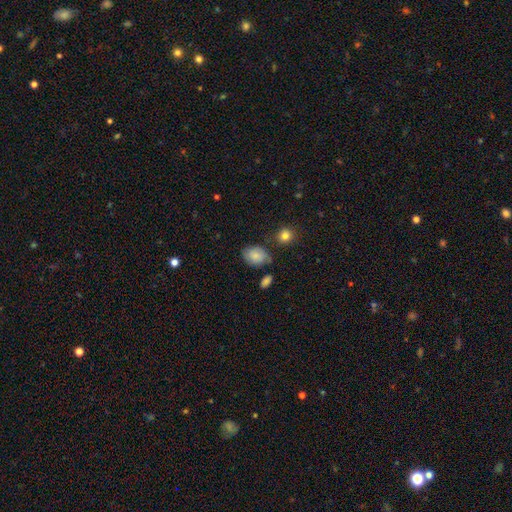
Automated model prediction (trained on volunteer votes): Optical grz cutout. It shows a smooth galaxy with no disk features (74%) that is in between round and cigar-shaped (76%). Merging: none (62%).